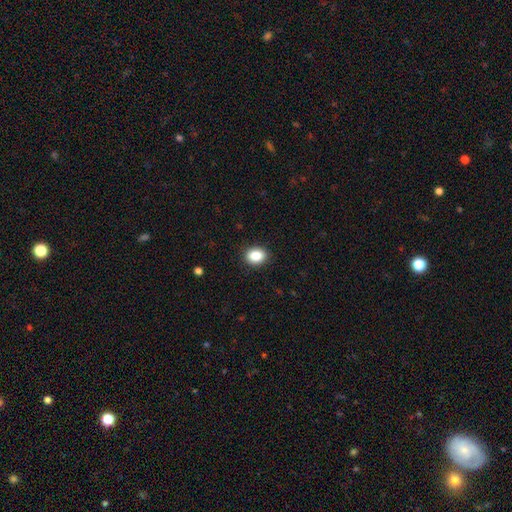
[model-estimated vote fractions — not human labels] This is clearly a smooth galaxy (87%). How rounded: possibly in between (56%). Merging: clearly none (90%).